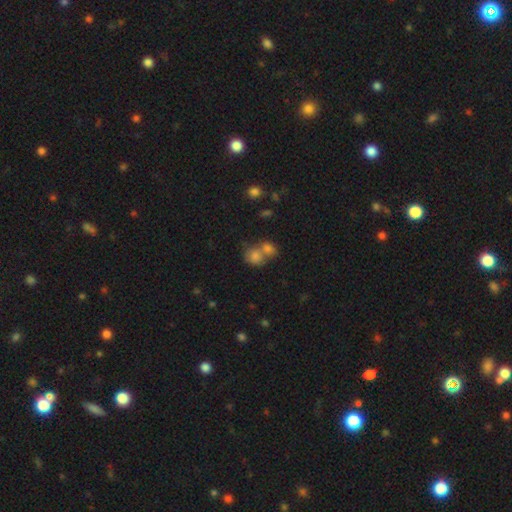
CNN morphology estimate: This appears to be a smooth galaxy with no disk features (78%) that is round (64%). Merging: merger (60%).